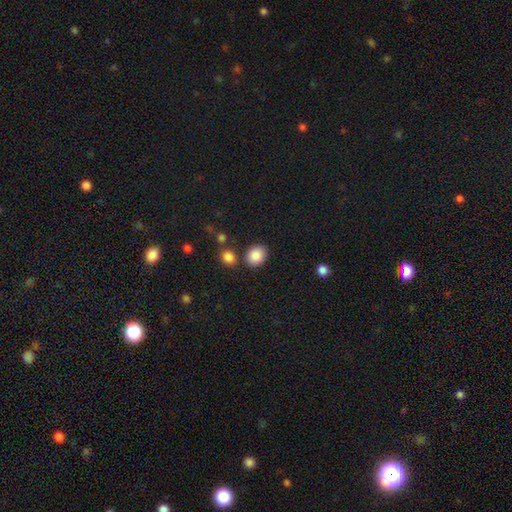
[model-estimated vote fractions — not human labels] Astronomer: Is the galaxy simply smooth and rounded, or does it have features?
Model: smooth — 88%.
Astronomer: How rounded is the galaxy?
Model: round — 61% (runner-up: in between, 38%).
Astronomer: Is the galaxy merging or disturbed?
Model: none — 79%.